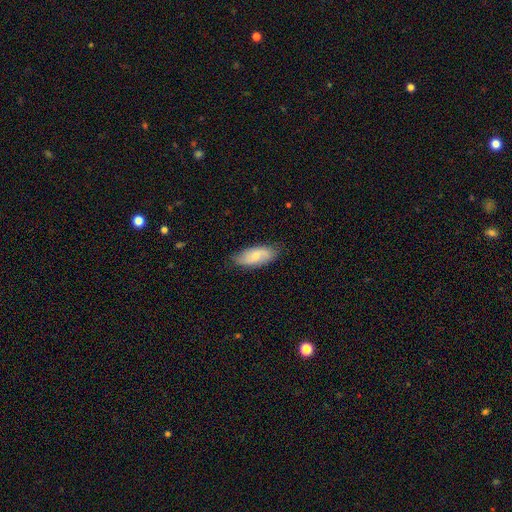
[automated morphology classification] A smooth galaxy with no disk features (59%) that is in between round and cigar-shaped (87%). Merging: none (78%).